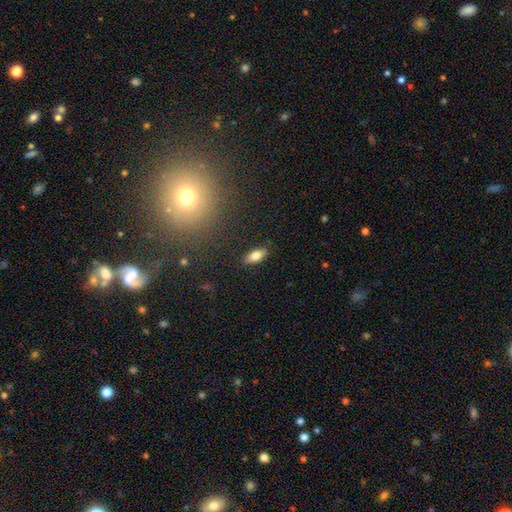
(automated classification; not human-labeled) Smooth or featured: smooth — 71% (featured or disk — 21%)
How rounded: in between — 78% (cigar-shaped — 19%)
Merging: none — 88% (minor disturbance — 9%)